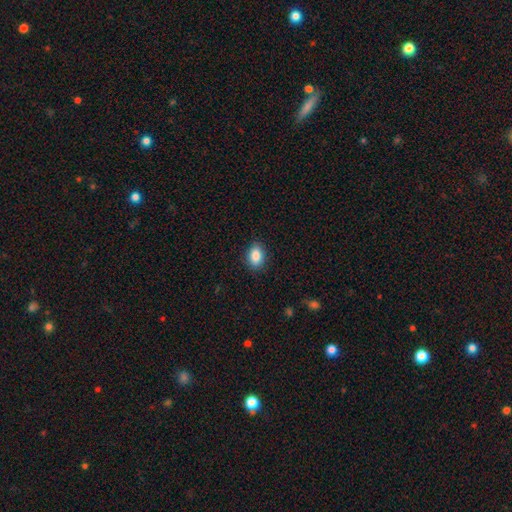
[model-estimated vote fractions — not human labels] A smooth galaxy with no disk features (87%) that is in between round and cigar-shaped (81%). Merging: none (87%).